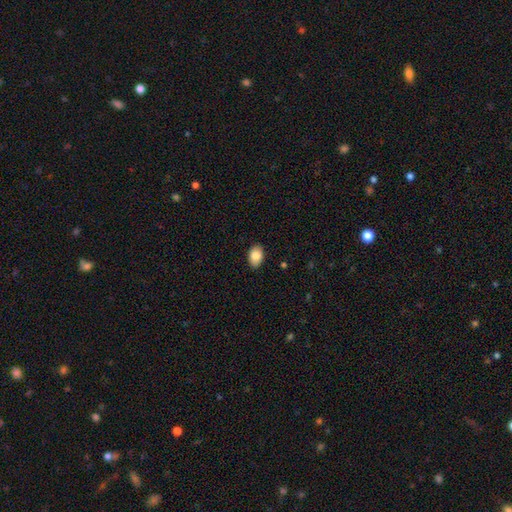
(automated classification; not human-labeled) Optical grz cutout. It shows a smooth galaxy with no disk features (87%) that is in between round and cigar-shaped (86%). Merging: none (87%).